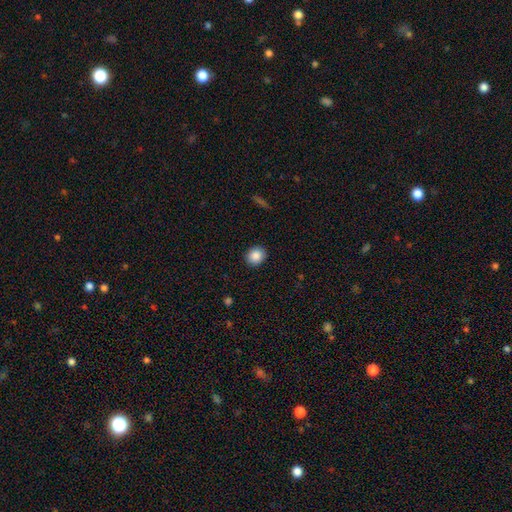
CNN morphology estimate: A smooth galaxy with no disk features (88%) that is round (76%). Merging: none (91%).